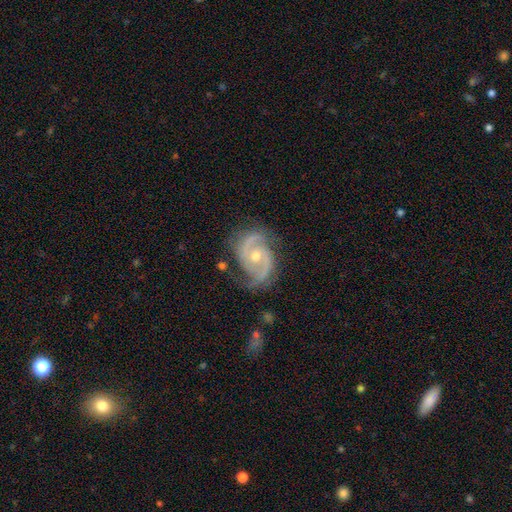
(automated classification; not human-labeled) This appears to be a featured or disk galaxy (91%) with no bar (61%), 2 (90%) medium (52%) spiral arms (98%) and a moderate central bulge (61%). Merging: none (72%).